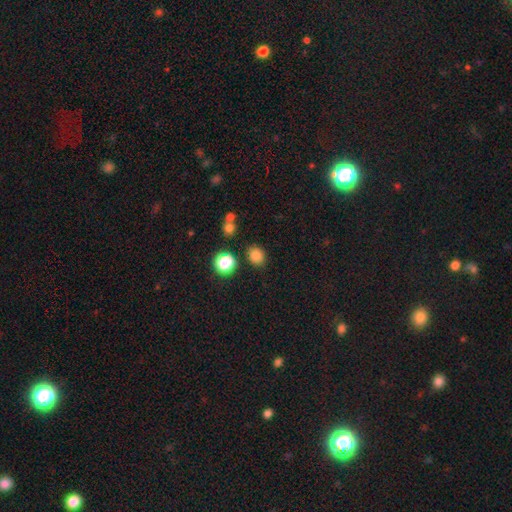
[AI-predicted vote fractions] A smooth galaxy with no disk features (80%) that is round (65%). Merging: none (82%).